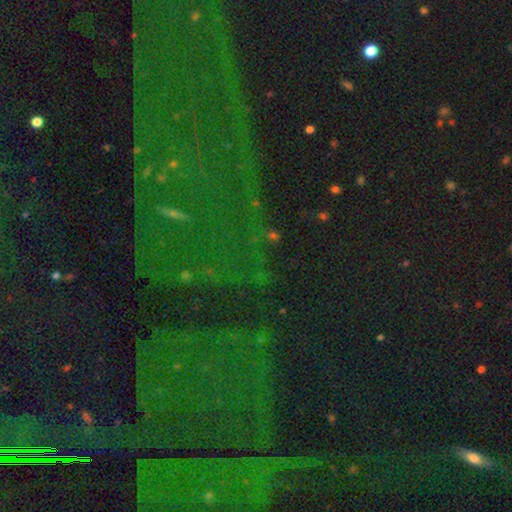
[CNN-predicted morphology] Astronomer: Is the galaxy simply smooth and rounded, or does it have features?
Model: star or artifact — 84%.